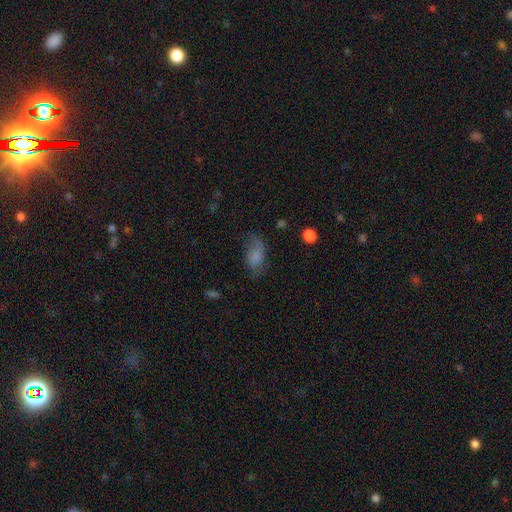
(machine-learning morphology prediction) Smooth or featured: smooth — 67% (featured or disk — 22%)
How rounded: in between — 89% (round — 6%)
Merging: none — 52% (minor disturbance — 27%)